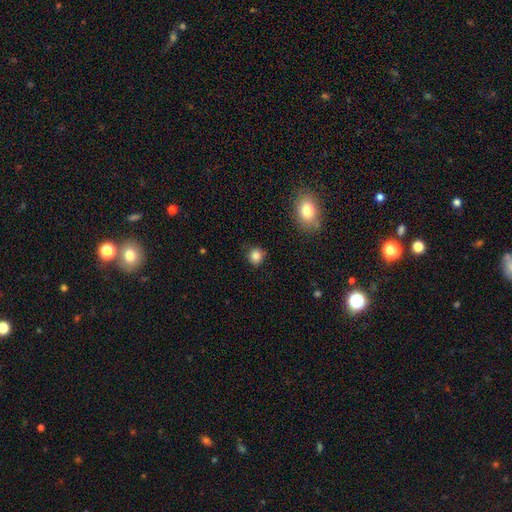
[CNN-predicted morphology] Smooth or featured? smooth (84%)
How rounded? round (88%)
Merging? none (85%)